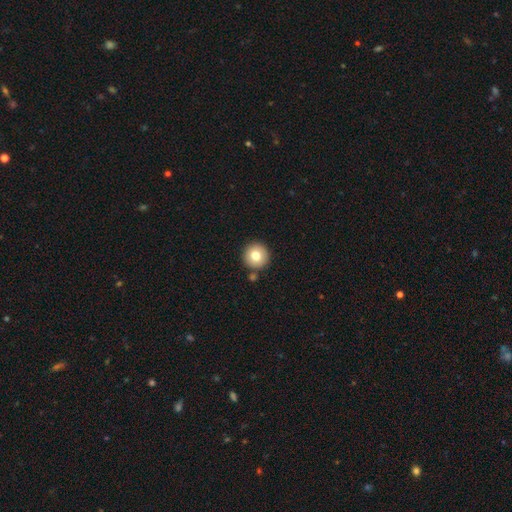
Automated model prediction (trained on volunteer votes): Smooth or featured: smooth — 78% (featured or disk — 12%)
How rounded: round — 96% (in between — 3%)
Merging: none — 85% (minor disturbance — 7%)